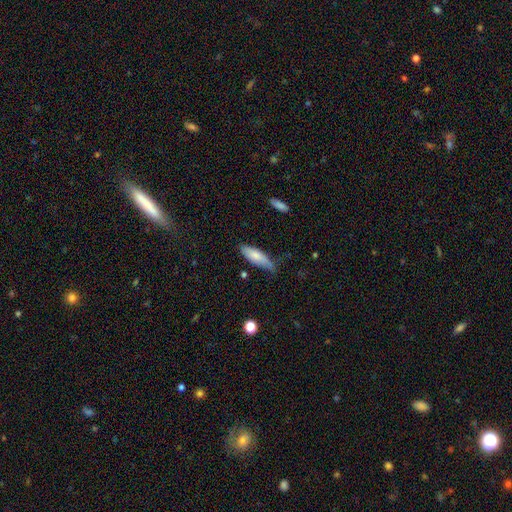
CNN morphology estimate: This appears to be a smooth galaxy with no disk features (75%) that is in between round and cigar-shaped (55%). Merging: none (54%).